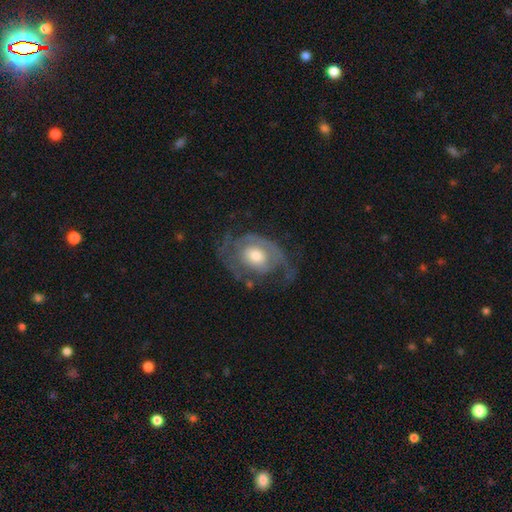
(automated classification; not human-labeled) The model was most divided on "spiral winding": tight: 43%, medium: 37%, loose: 20%. More confident: edge-on disk — no (97%); spiral arms — yes (81%); smooth or featured — featured or disk (77%); bar — no (76%); bulge size — moderate (60%); merging — none (53%); spiral arm count — 2 (50%).